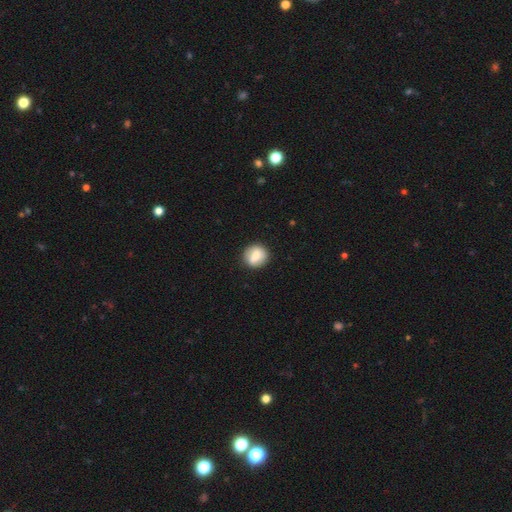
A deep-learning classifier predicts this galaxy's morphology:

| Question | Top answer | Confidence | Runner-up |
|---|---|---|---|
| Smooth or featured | smooth | 75% | featured or disk (17%) |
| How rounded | round | 82% | in between (17%) |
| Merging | none | 86% | minor disturbance (10%) |